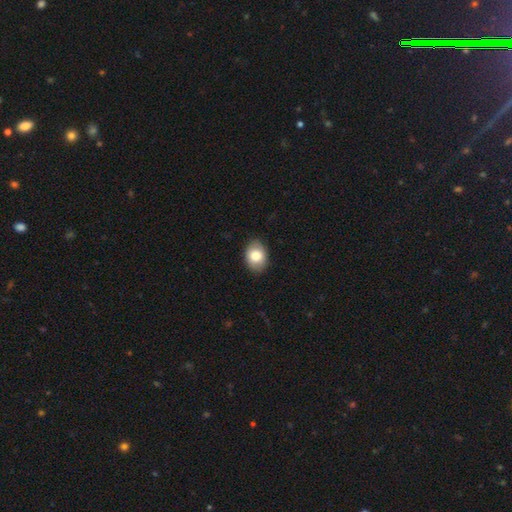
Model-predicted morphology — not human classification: Smooth or featured?
  - smooth: 81% *
  - featured or disk: 12%
  - star or artifact: 7%
How rounded?
  - in between: 77% *
  - round: 22%
  - cigar-shaped: 1%
Merging?
  - none: 87% *
  - minor disturbance: 10%
  - major disturbance: 2%
  - merger: 1%